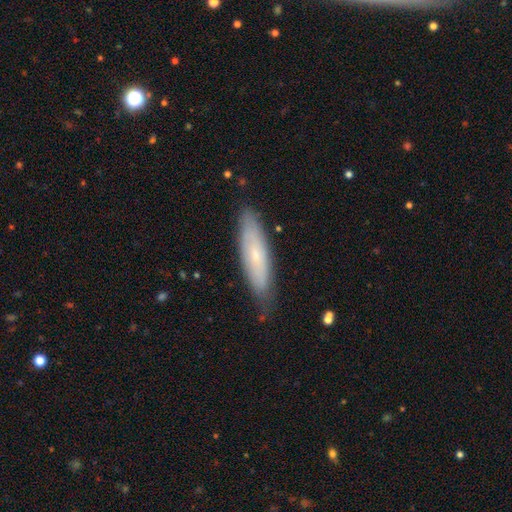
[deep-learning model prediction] smooth-or-featured: smooth: 51% | featured or disk: 43% | star or artifact: 7%
  how-rounded: cigar-shaped: 68% | in between: 31% | round: 2%
  merging: none: 76% | minor disturbance: 19% | major disturbance: 3% | merger: 1%